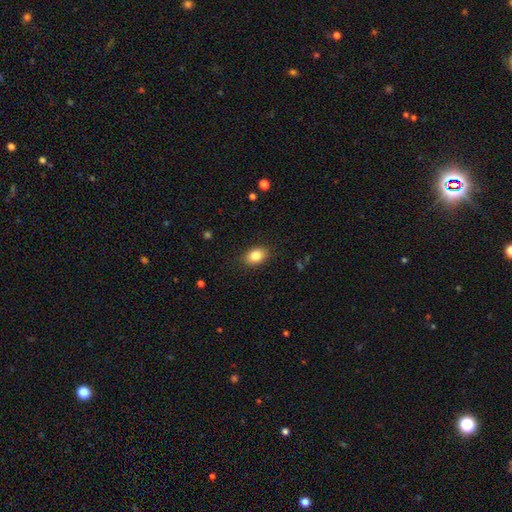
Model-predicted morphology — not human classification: type=smooth (83%); roundness=in between (80%); merging=none (87%).